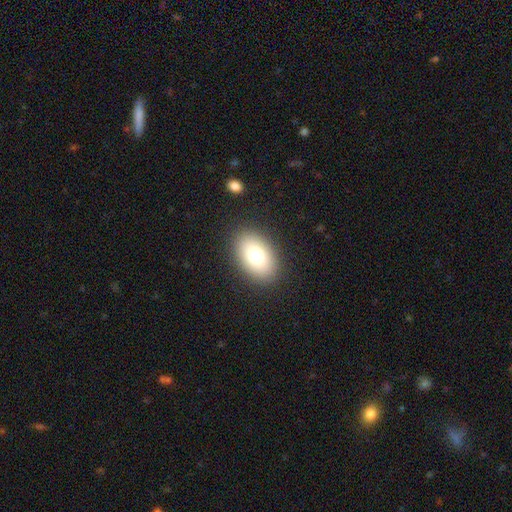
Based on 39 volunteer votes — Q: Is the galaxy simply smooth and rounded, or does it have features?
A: smooth — 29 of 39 (74%).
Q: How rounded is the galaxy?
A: in between — 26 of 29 (90%).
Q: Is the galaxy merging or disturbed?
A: none — 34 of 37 (92%).